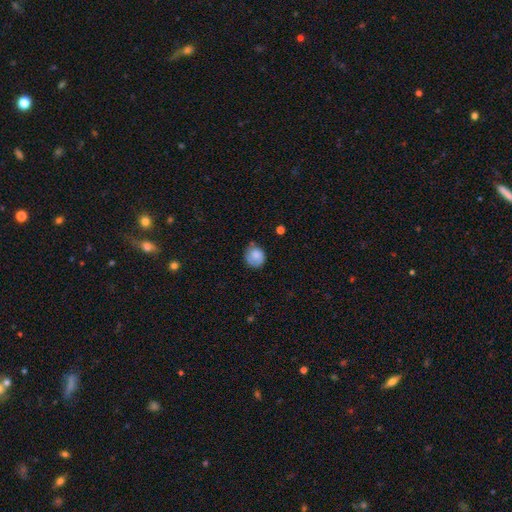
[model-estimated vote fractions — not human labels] Morphology: type=smooth (75%); roundness=round (77%); merging=none (56%).